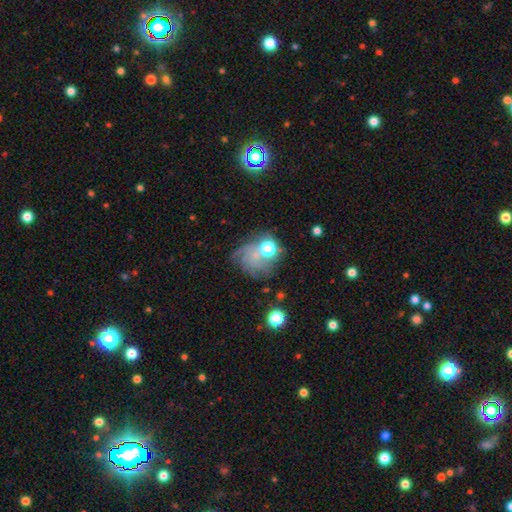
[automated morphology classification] Smooth or featured? featured or disk (47%)
Merging? none (49%)